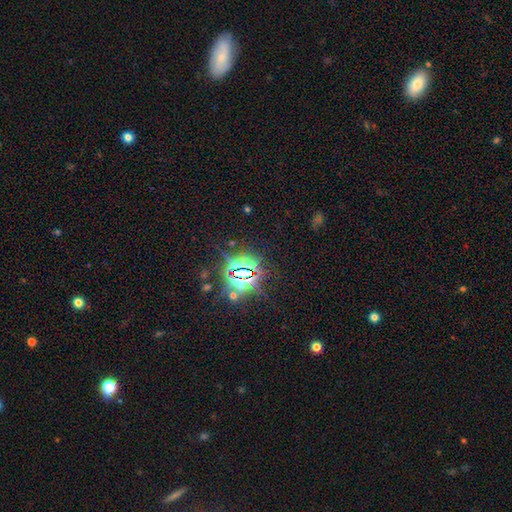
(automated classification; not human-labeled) The model was most divided on "smooth or featured": star or artifact: 81%, smooth: 11%, featured or disk: 8%.